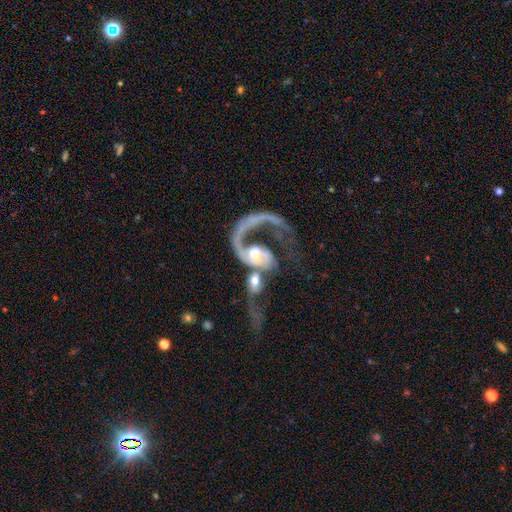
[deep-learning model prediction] smooth-or-featured: featured or disk: 81% | smooth: 12% | star or artifact: 7%
  disk-edge-on: no: 97% | yes: 3%
    bar: no: 63% | weak: 26% | strong: 11%
    has-spiral-arms: yes: 85% | no: 15%
      spiral-winding: loose: 74% | medium: 18% | tight: 7%
      spiral-arm-count: 1: 70% | 2: 22% | can't tell: 4% | 3: 2% | 4: 1% | more than 4: 1%
    bulge-size: moderate: 53% | small: 30% | large: 10% | none: 5% | dominant: 2%
  merging: merger: 59% | major disturbance: 25% | none: 11% | minor disturbance: 6%